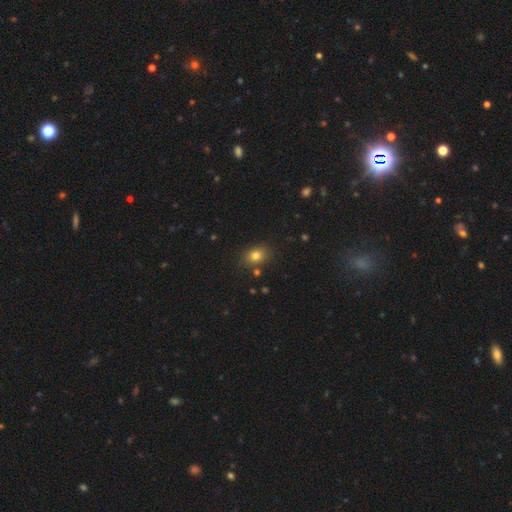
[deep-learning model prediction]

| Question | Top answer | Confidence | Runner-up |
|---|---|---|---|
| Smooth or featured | smooth | 78% | star or artifact (13%) |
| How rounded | in between | 57% | round (42%) |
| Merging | none | 83% | minor disturbance (11%) |